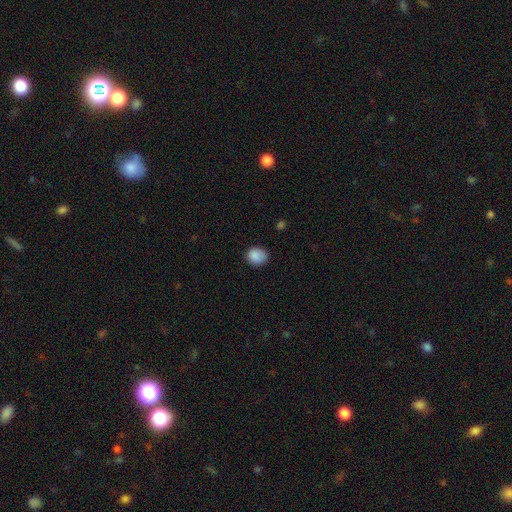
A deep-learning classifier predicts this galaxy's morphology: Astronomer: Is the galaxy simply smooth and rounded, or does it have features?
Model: smooth — 87%.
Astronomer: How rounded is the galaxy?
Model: round — 62%.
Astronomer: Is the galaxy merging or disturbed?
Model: none — 77%.